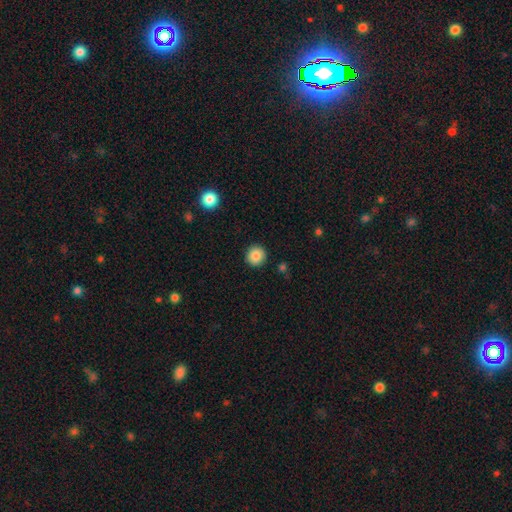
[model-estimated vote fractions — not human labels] Smooth or featured?
  - smooth: 86% *
  - star or artifact: 9%
  - featured or disk: 5%
How rounded?
  - round: 94% *
  - in between: 5%
  - cigar-shaped: 1%
Merging?
  - none: 92% *
  - minor disturbance: 5%
  - major disturbance: 2%
  - merger: 1%